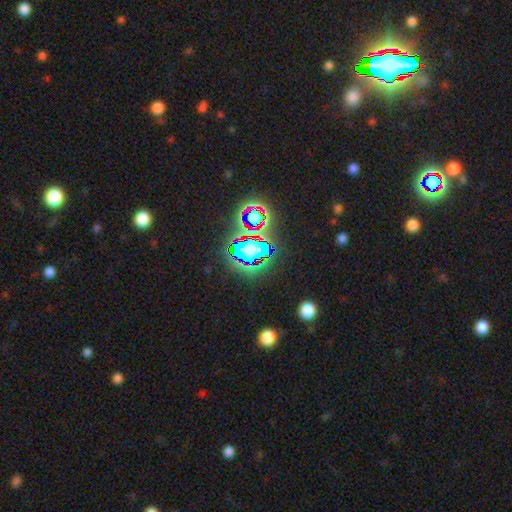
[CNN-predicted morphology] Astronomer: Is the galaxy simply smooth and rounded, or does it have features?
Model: star or artifact — 80%.